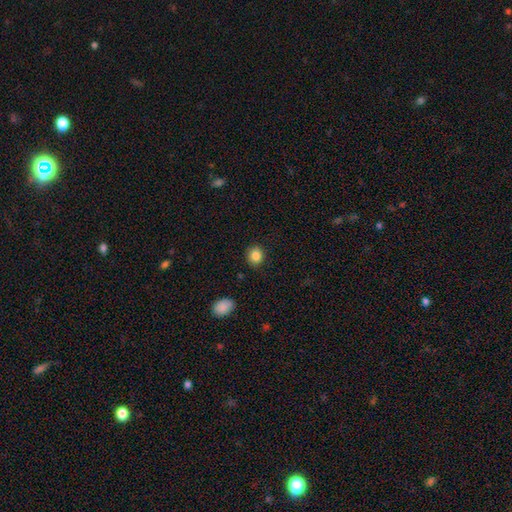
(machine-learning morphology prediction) This appears to be a smooth galaxy with no disk features (85%) that is round (77%). Merging: none (89%).